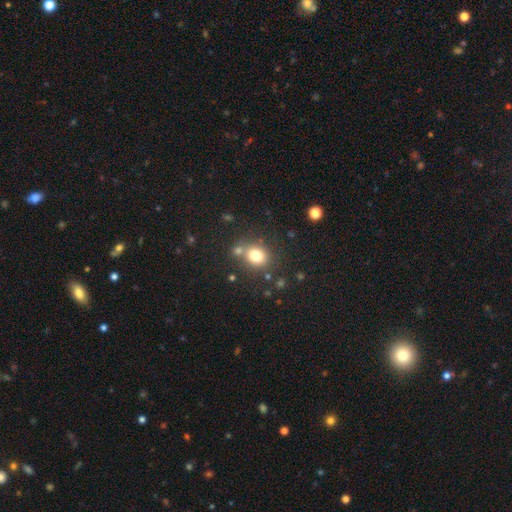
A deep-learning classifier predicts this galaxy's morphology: smooth 78%, star or artifact 13%, featured or disk 10%. Down the decision tree: how rounded — round (67%); merging — none (68%).